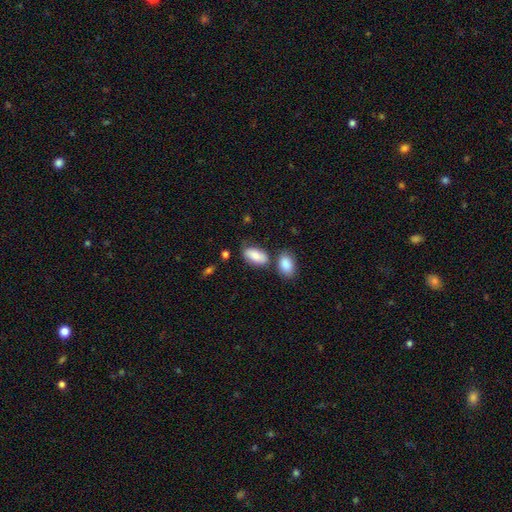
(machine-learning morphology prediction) The model was most divided on "merging": none: 61%, merger: 18%, minor disturbance: 17%, major disturbance: 5%. More confident: how rounded — in between (93%); smooth or featured — smooth (82%).